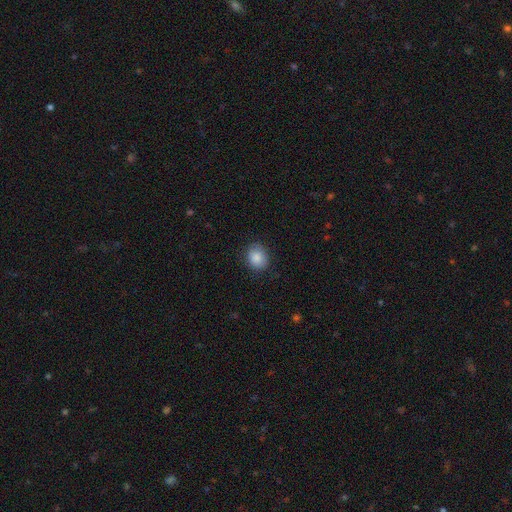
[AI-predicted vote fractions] Smooth or featured? smooth (87%)
How rounded? round (61%)
Merging? none (82%)